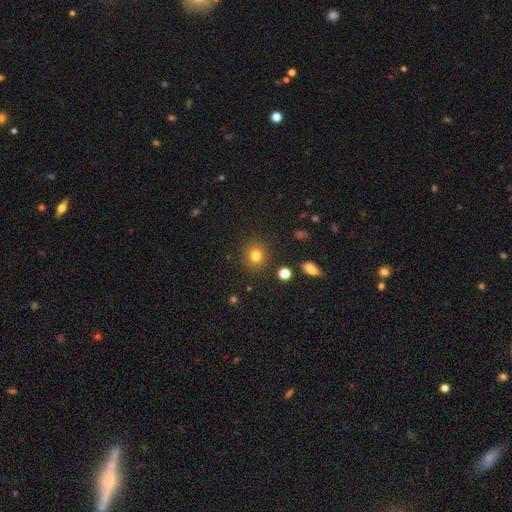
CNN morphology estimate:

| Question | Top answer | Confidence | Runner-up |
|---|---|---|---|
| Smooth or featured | smooth | 79% | star or artifact (14%) |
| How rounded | round | 88% | in between (11%) |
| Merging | none | 89% | minor disturbance (7%) |